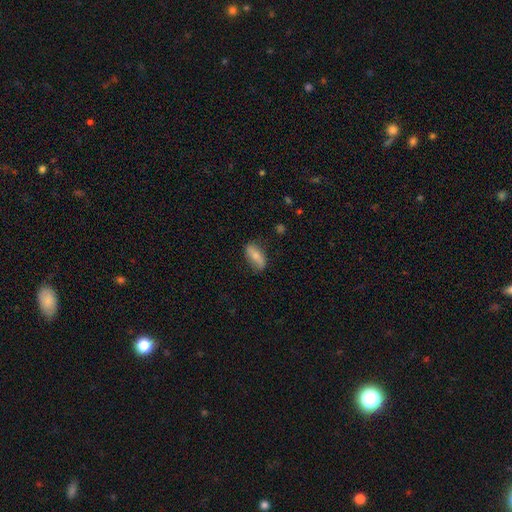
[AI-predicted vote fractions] This is likely a smooth galaxy (68%). How rounded: likely in between (79%). Merging: likely none (75%).